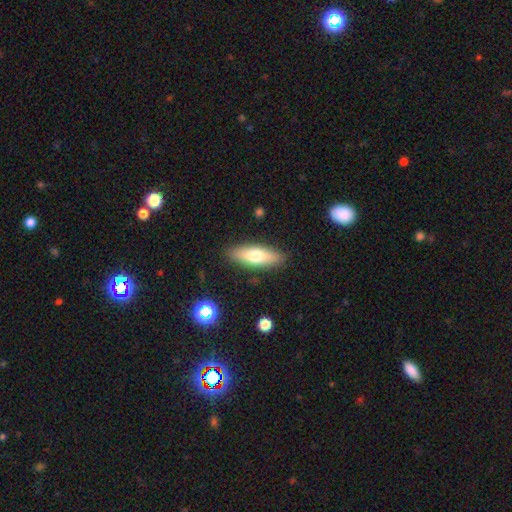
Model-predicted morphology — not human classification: Smooth or featured? Predicted: smooth (p=0.66). How rounded? Predicted: in between (p=0.53). Merging? Predicted: none (p=0.88).